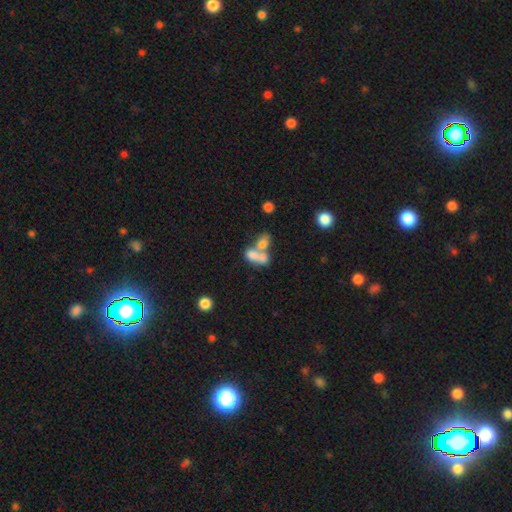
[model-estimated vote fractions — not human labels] This appears to be a smooth galaxy with no disk features (63%) that is in between round and cigar-shaped (74%). Merging: merger (70%).